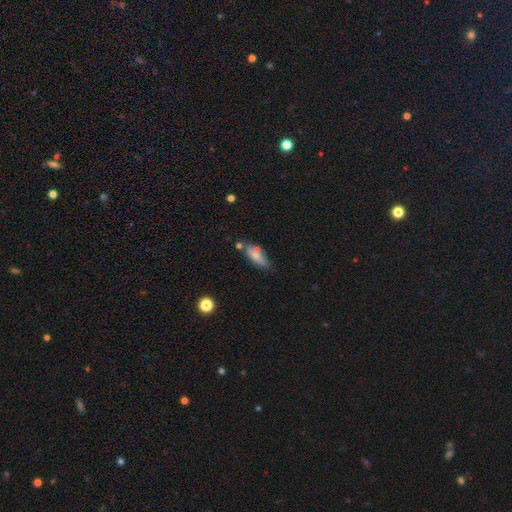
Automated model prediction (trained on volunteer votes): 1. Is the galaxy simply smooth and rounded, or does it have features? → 72% smooth, 21% featured or disk, 8% star or artifact.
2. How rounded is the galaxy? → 57% in between, 40% cigar-shaped, 3% round.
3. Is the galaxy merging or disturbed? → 67% none, 18% minor disturbance, 11% merger, 4% major disturbance.